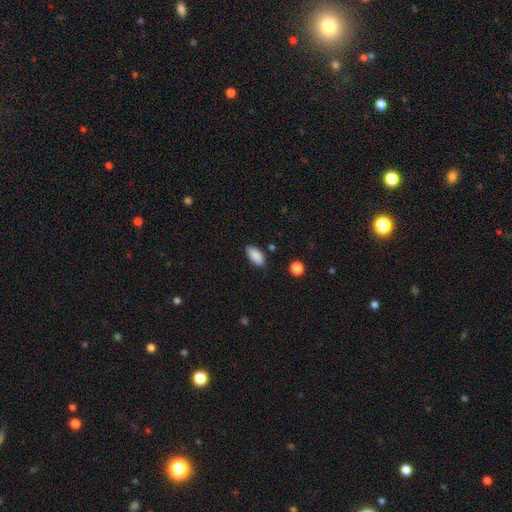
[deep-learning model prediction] The model was most divided on "merging": none: 84%, minor disturbance: 11%, major disturbance: 3%, merger: 2%. More confident: how rounded — in between (92%); smooth or featured — smooth (89%).